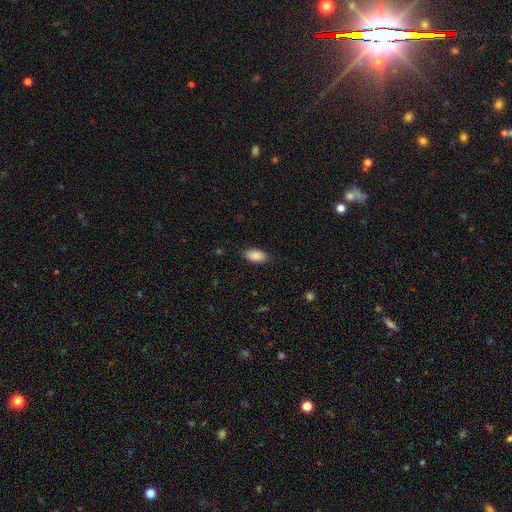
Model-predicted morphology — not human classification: Smooth or featured? Predicted: smooth (p=0.89). How rounded? Predicted: in between (p=0.94). Merging? Predicted: none (p=0.86).